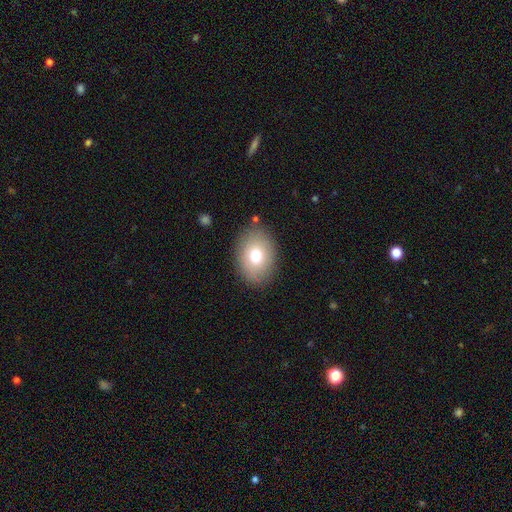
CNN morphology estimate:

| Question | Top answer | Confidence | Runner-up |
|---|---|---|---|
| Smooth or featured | smooth | 74% | featured or disk (16%) |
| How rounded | in between | 71% | round (29%) |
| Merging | none | 85% | minor disturbance (10%) |